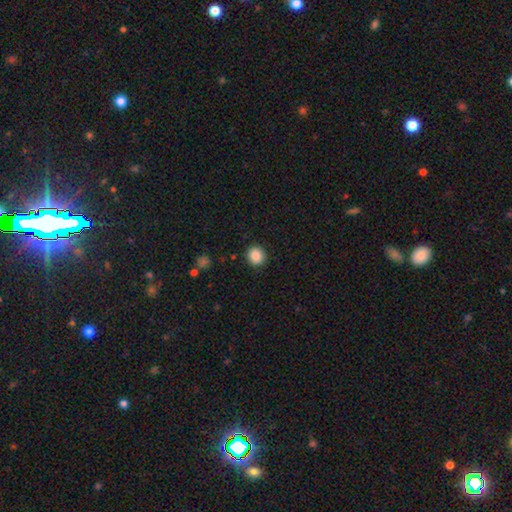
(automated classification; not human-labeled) Overall: smooth (87%). How rounded: round (90%). Merging: none (91%).